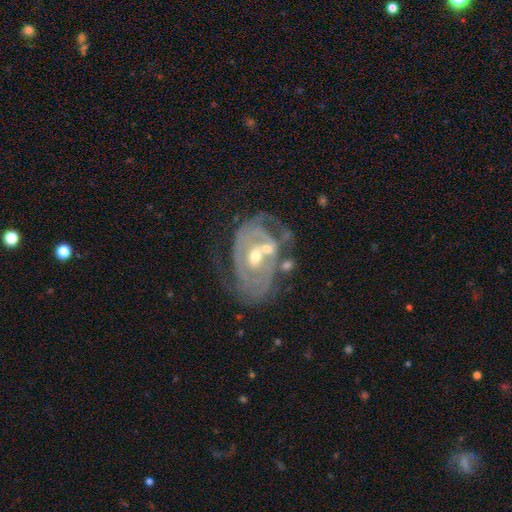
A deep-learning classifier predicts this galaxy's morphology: featured or disk 85%, smooth 9%, star or artifact 6%. Down the decision tree: edge-on disk — no (96%); bar — no (44%); spiral arms — yes (84%); spiral arm count — 2 (48%); spiral winding — tight (62%); bulge size — moderate (62%); merging — none (48%).